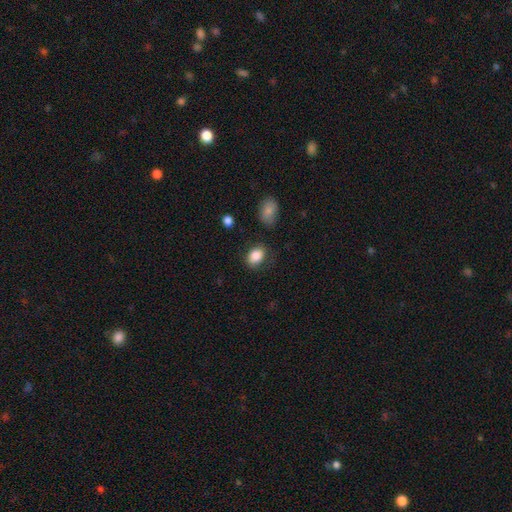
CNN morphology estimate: type=smooth (85%); roundness=in between (74%); merging=none (76%).